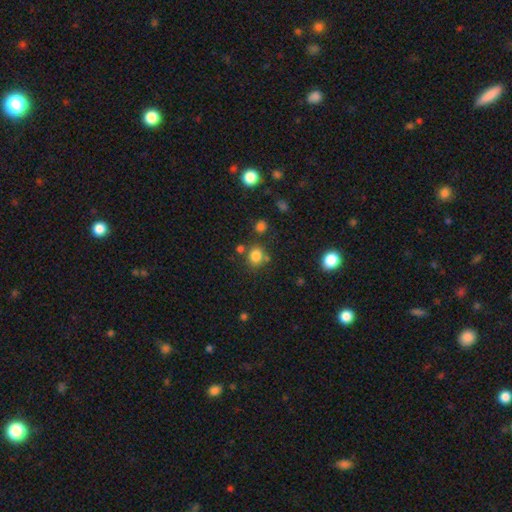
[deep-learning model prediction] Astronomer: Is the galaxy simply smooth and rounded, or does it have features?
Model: smooth — 80%.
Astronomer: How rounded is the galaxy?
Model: round — 75%.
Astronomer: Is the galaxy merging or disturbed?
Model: none — 70%.